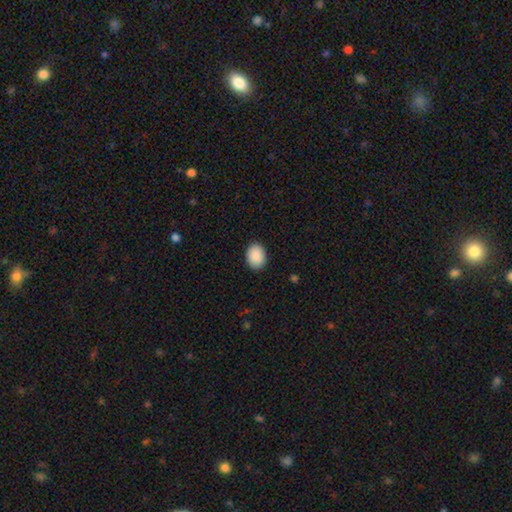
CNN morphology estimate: smooth 91%, star or artifact 7%, featured or disk 3%. Down the decision tree: how rounded — in between (67%); merging — none (89%).